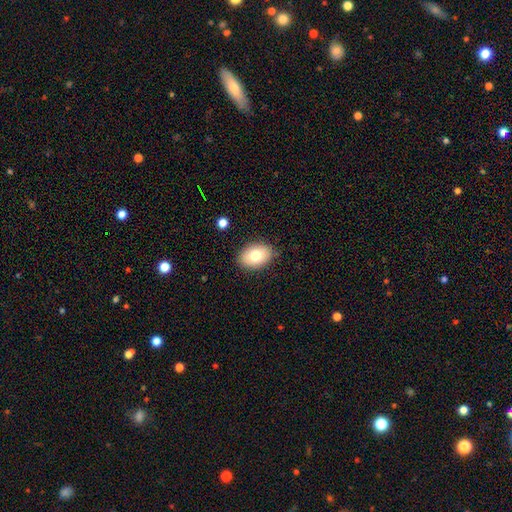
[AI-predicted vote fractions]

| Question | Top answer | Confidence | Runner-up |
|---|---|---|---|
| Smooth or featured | smooth | 76% | featured or disk (16%) |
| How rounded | in between | 83% | round (16%) |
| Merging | none | 85% | minor disturbance (11%) |